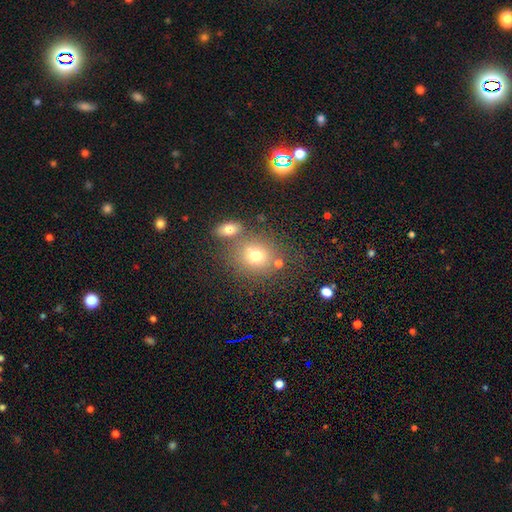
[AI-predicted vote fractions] smooth-or-featured: smooth: 71% | star or artifact: 15% | featured or disk: 14%
  how-rounded: round: 74% | in between: 24% | cigar-shaped: 1%
  merging: none: 62% | merger: 20% | minor disturbance: 12% | major disturbance: 6%